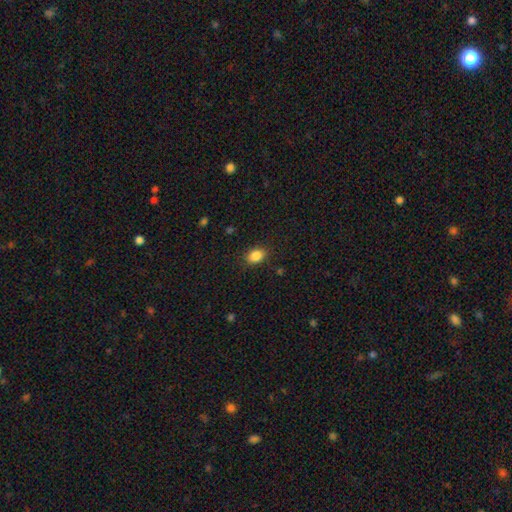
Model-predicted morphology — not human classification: This is clearly a smooth galaxy (86%). How rounded: likely in between (74%). Merging: clearly none (85%).